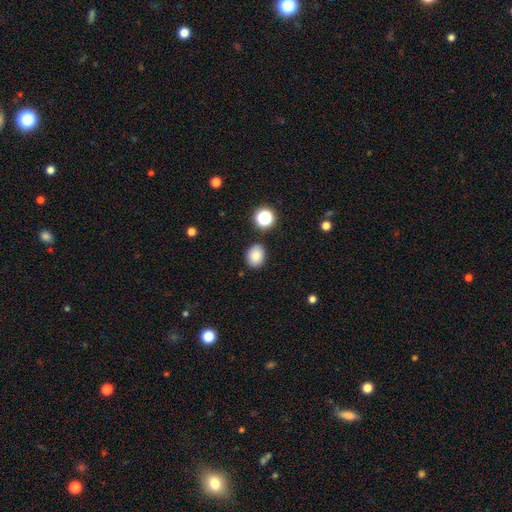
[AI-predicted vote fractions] Smooth or featured? Predicted: smooth (p=0.83). How rounded? Predicted: in between (p=0.51). Merging? Predicted: none (p=0.85).